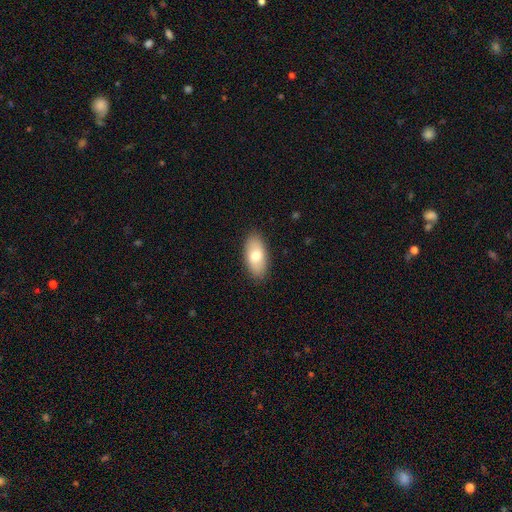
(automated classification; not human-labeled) A smooth galaxy with no disk features (74%) that is in between round and cigar-shaped (91%). Merging: none (88%).